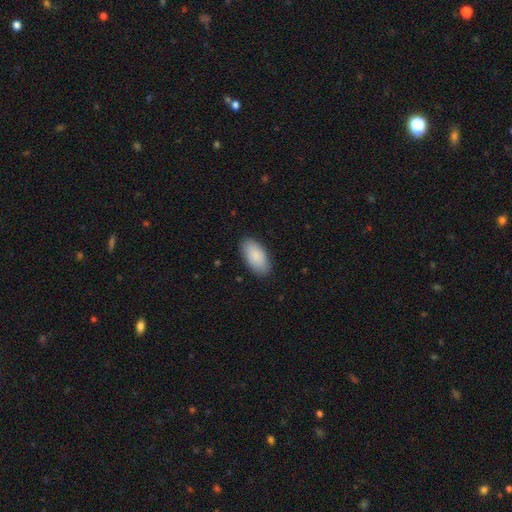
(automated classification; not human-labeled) smooth-or-featured: smooth: 89% | star or artifact: 6% | featured or disk: 6%
  how-rounded: in between: 94% | cigar-shaped: 3% | round: 2%
  merging: none: 86% | minor disturbance: 11% | major disturbance: 2% | merger: 1%